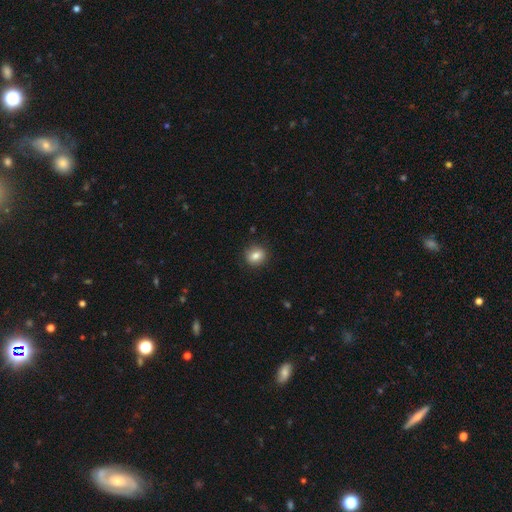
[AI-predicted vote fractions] smooth 81%, featured or disk 10%, star or artifact 10%. Down the decision tree: how rounded — round (73%); merging — none (87%).